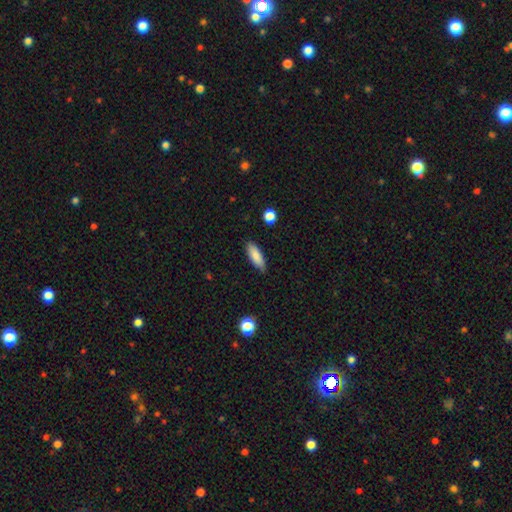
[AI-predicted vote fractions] smooth_or_featured: smooth (p=0.86) [alt: featured or disk p=0.07]
how_rounded: in between (p=0.63) [alt: cigar-shaped p=0.35]
merging: none (p=0.84) [alt: minor disturbance p=0.13]